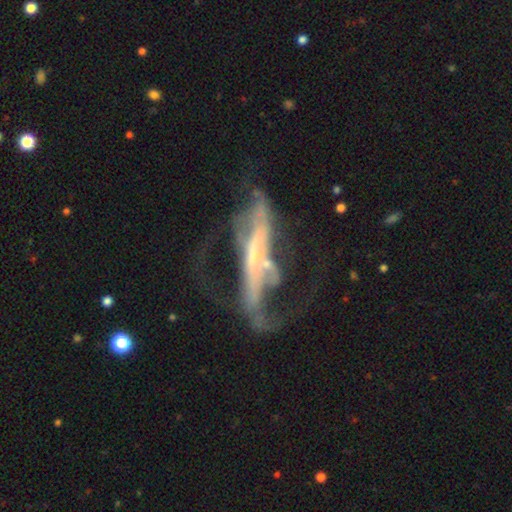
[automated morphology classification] This appears to be a featured or disk galaxy (73%). Merging: major disturbance (45%).